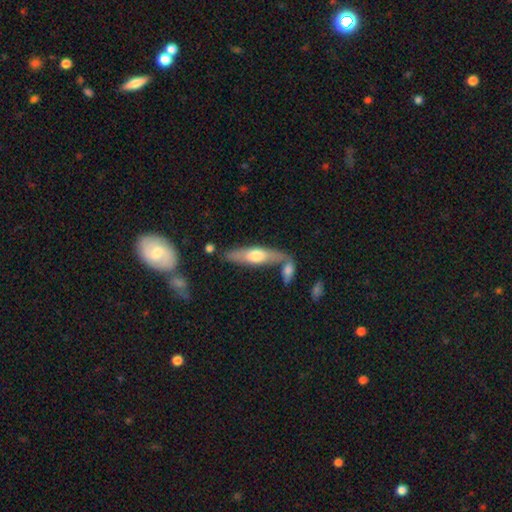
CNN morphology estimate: Smooth or featured? Predicted: smooth (p=0.49). Merging? Predicted: none (p=0.59).